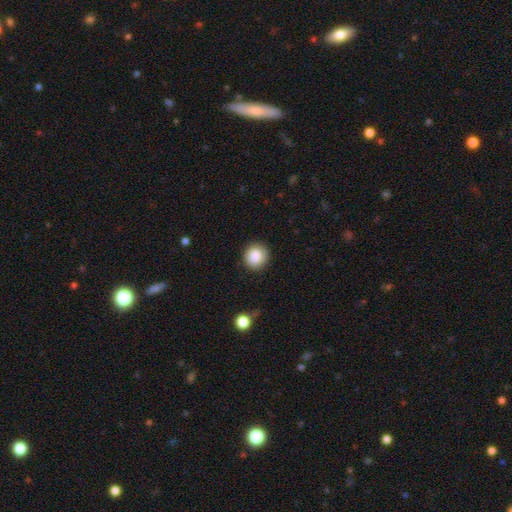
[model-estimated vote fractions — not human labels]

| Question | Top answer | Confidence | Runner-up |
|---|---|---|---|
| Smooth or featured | smooth | 86% | star or artifact (8%) |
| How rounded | round | 87% | in between (12%) |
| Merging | none | 85% | minor disturbance (11%) |